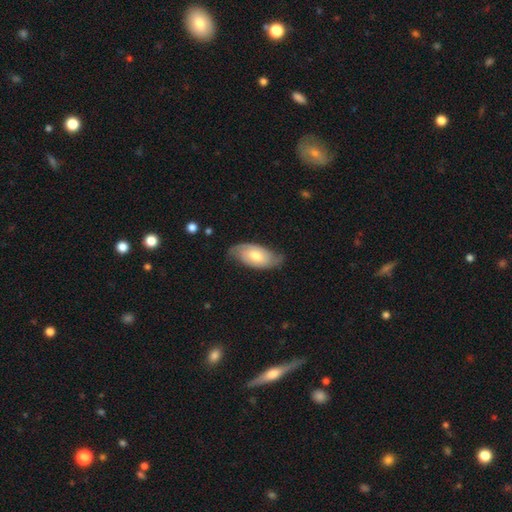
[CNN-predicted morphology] Q: Smooth or featured?
A: featured or disk (54%); runner-up: smooth (40%)
Q: Edge-on disk?
A: no (89%); runner-up: yes (11%)
Q: Merging?
A: none (69%); runner-up: minor disturbance (24%)